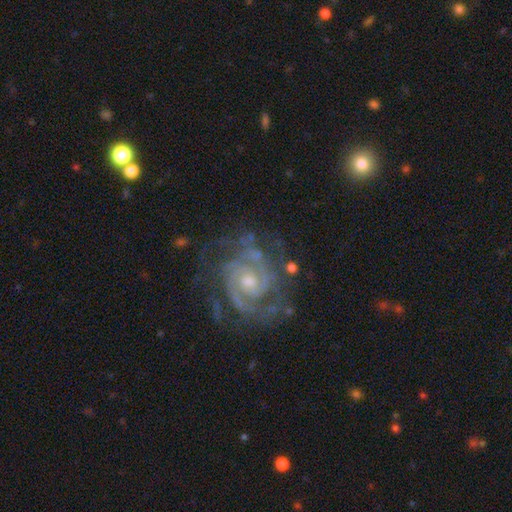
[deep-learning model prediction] Smooth or featured? featured or disk (91%)
Edge-on disk? no (98%)
Bar? no (61%)
Spiral arms? yes (98%)
Spiral winding? tight (67%)
Spiral arm count? 2 (54%)
Bulge size? small (48%)
Merging? none (69%)